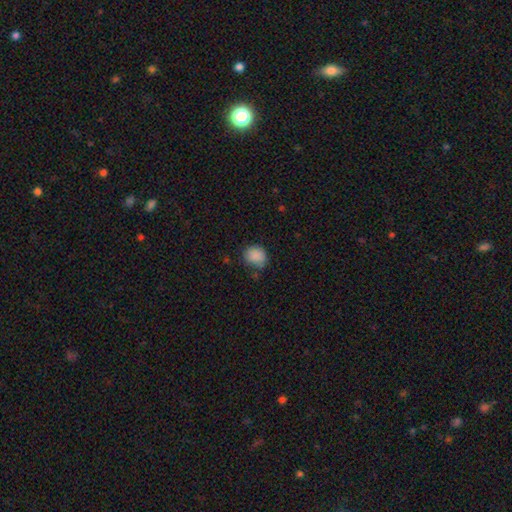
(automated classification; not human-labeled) The model was most divided on "how rounded": round: 71%, in between: 28%, cigar-shaped: 1%. More confident: smooth or featured — smooth (86%); merging — none (69%).